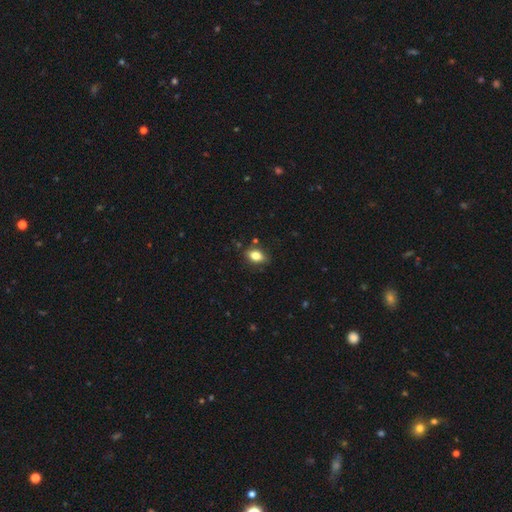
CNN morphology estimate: smooth 81%, featured or disk 10%, star or artifact 9%. Down the decision tree: how rounded — in between (85%); merging — none (81%).